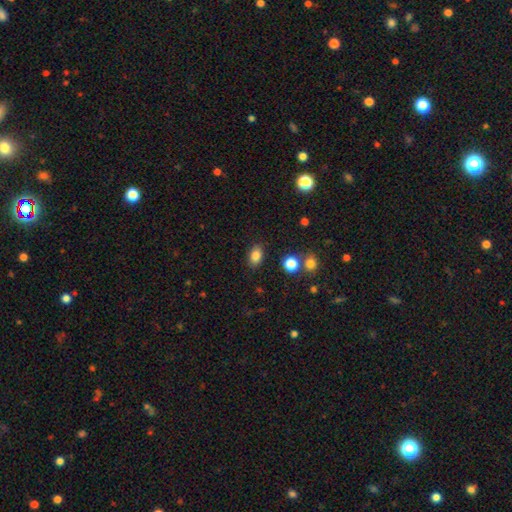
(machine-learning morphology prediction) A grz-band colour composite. It shows a smooth galaxy with no disk features (83%) that is in between round and cigar-shaped (83%). Merging: none (85%).